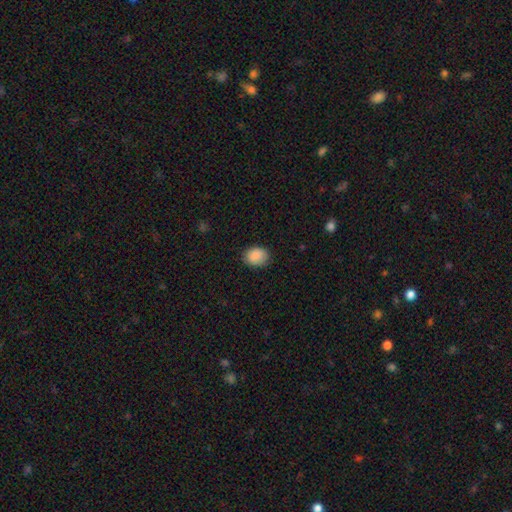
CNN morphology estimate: Smooth or featured? Predicted: smooth (p=0.89). How rounded? Predicted: in between (p=0.56). Merging? Predicted: none (p=0.83).